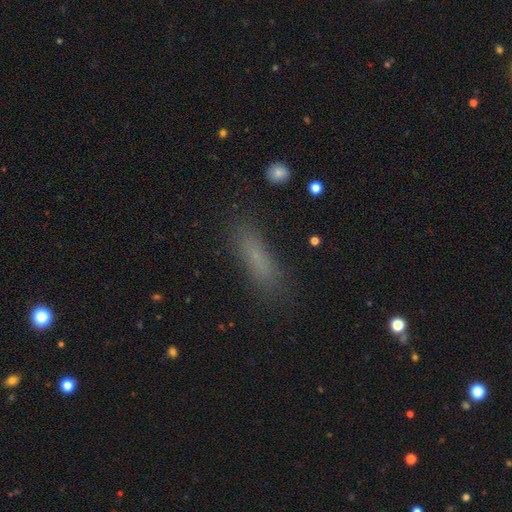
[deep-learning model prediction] Morphology: type=smooth (73%); roundness=cigar-shaped (64%); merging=none (81%).